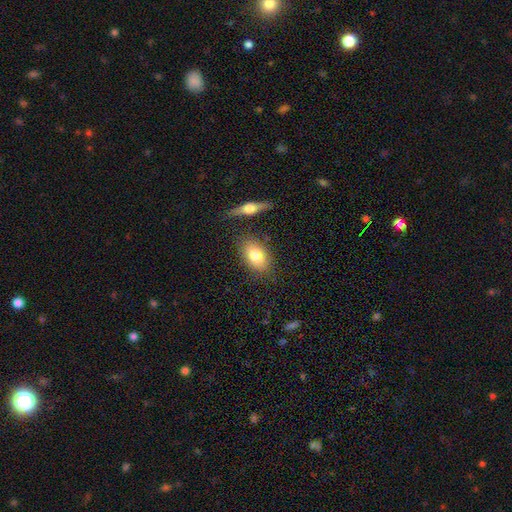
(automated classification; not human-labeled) Smooth or featured: smooth — 77% (featured or disk — 16%)
How rounded: in between — 84% (round — 12%)
Merging: none — 78% (minor disturbance — 13%)